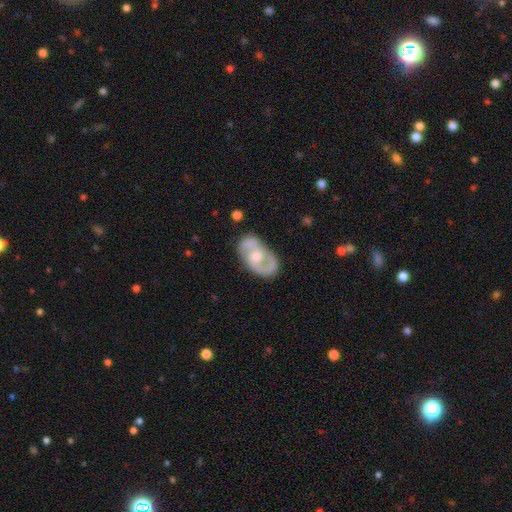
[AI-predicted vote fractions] Smooth or featured? featured or disk (80%)
Edge-on disk? no (96%)
Bar? no (55%)
Spiral arms? yes (87%)
Spiral winding? medium (53%)
Spiral arm count? 2 (87%)
Bulge size? moderate (57%)
Merging? none (78%)